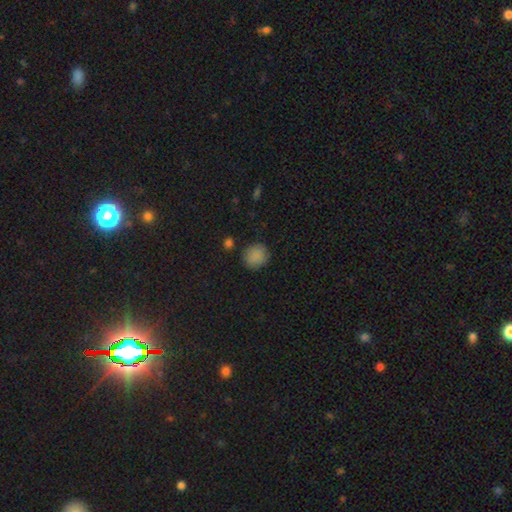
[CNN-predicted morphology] A smooth galaxy with no disk features (86%) that is round (87%). Merging: none (85%).